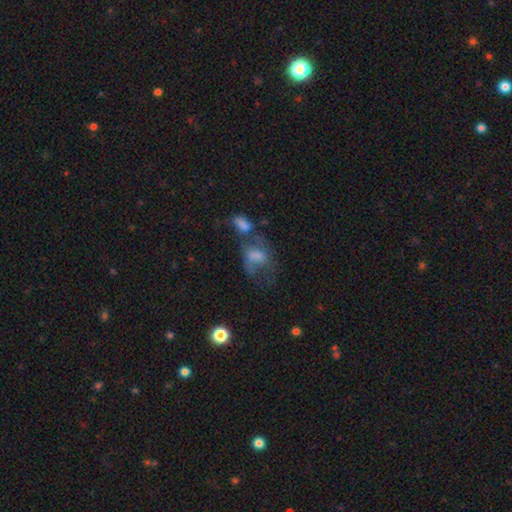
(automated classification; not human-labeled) A smooth galaxy with no disk features (46%). Merging: merger (38%).